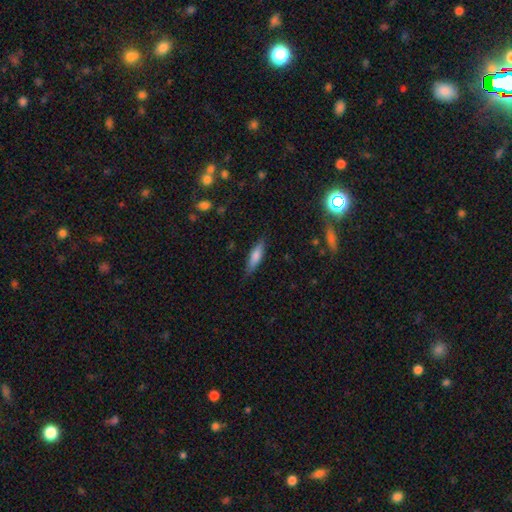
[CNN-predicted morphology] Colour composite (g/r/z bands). It shows a smooth galaxy with no disk features (68%) that is cigar-shaped (66%). Merging: none (82%).